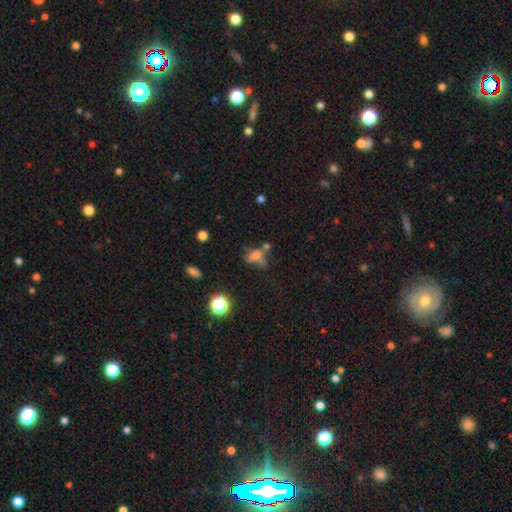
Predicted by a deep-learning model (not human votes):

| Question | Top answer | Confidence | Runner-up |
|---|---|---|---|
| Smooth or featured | smooth | 57% | star or artifact (22%) |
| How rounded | in between | 68% | round (24%) |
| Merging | none | 34% | merger (27%) |